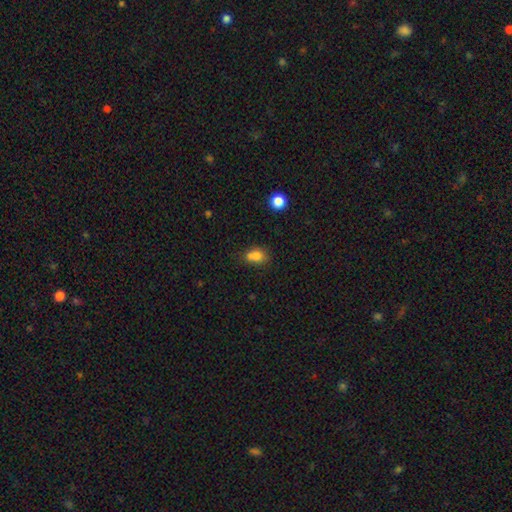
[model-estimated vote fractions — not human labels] Smooth or featured? Predicted: smooth (p=0.76). How rounded? Predicted: in between (p=0.62). Merging? Predicted: none (p=0.40).